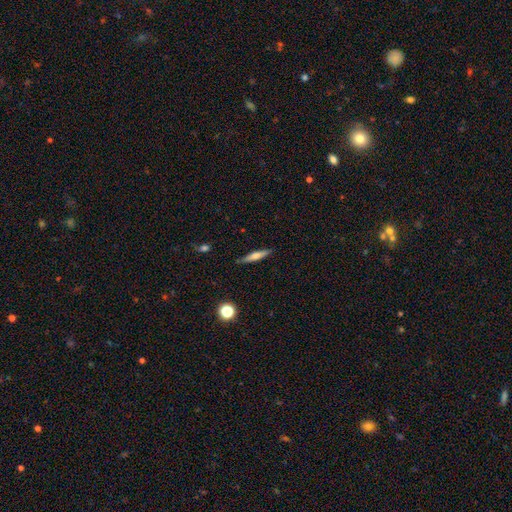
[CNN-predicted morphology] This is possibly a smooth galaxy (48%). Merging: clearly none (87%).